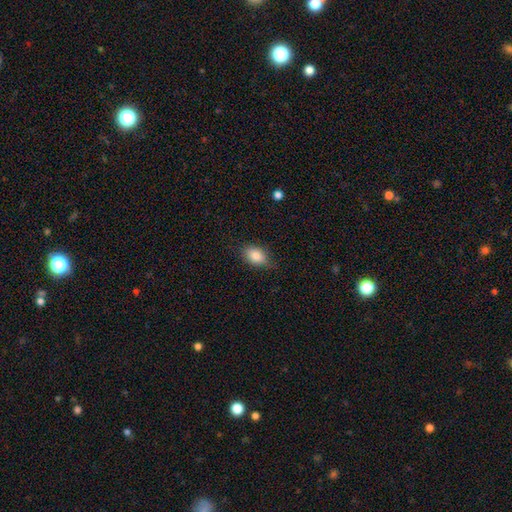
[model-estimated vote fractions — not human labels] Smooth or featured? Predicted: smooth (p=0.84). How rounded? Predicted: in between (p=0.83). Merging? Predicted: none (p=0.75).